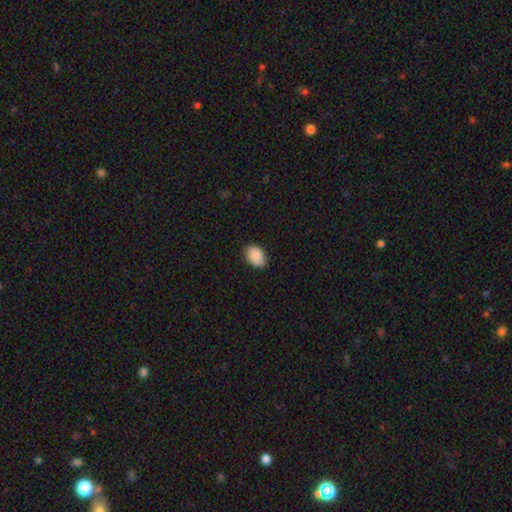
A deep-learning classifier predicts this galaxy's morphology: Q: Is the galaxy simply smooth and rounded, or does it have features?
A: smooth — 90%.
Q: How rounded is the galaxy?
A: in between — 83%.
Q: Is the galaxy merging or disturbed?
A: none — 85%.